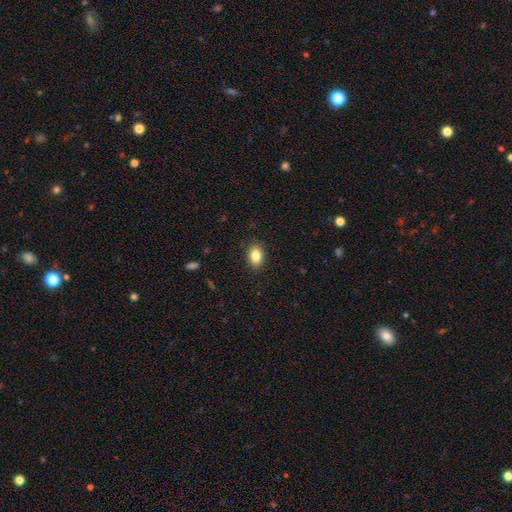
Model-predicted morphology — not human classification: Smooth or featured: smooth — 85% (star or artifact — 9%)
How rounded: in between — 77% (round — 21%)
Merging: none — 89% (minor disturbance — 8%)